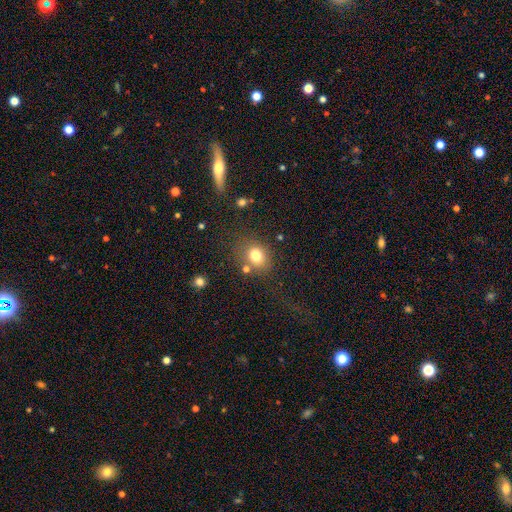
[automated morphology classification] Overall: smooth (77%). How rounded: round (55%; in between 44%). Merging: none (70%).